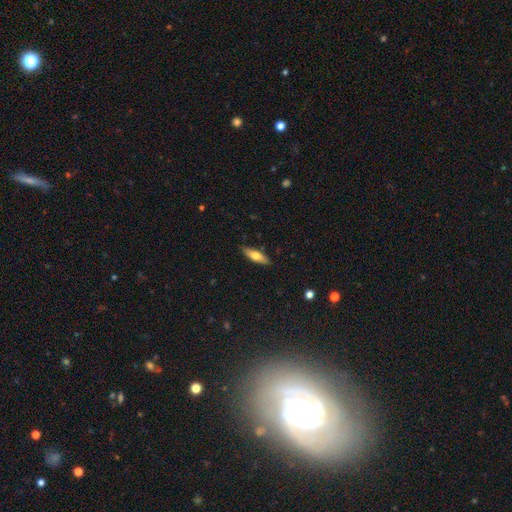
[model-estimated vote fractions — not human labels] Smooth or featured? smooth (63%)
How rounded? cigar-shaped (55%)
Merging? none (88%)